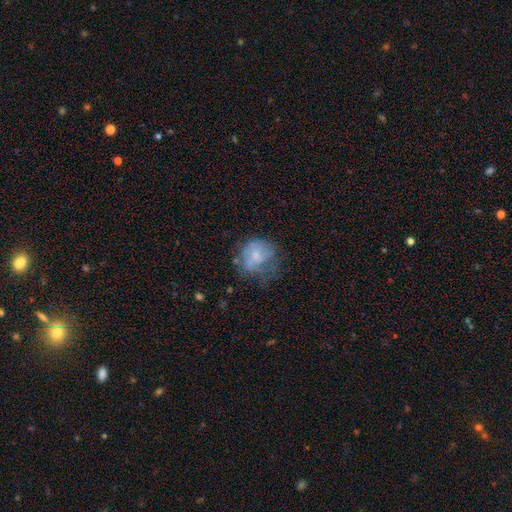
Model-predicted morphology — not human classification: type=smooth (50%); merging=none (39%).